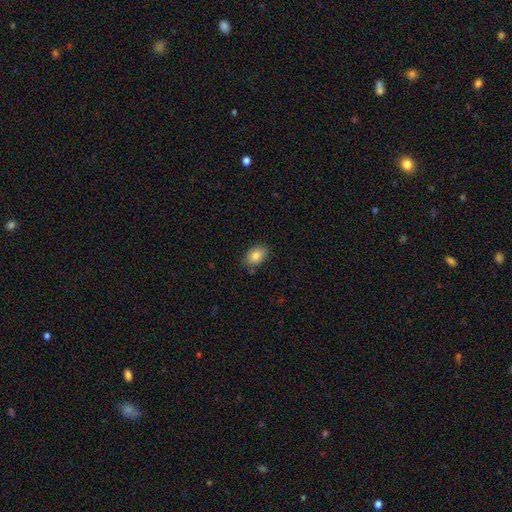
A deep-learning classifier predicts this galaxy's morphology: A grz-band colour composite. It shows a smooth galaxy with no disk features (85%) that is in between round and cigar-shaped (83%). Merging: none (81%).